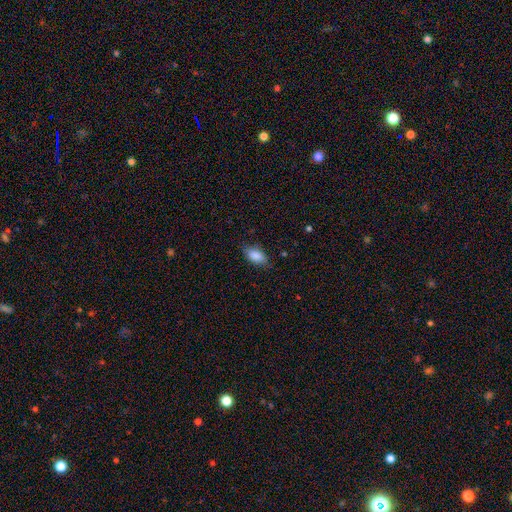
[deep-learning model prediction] The model was most divided on "merging": none: 79%, minor disturbance: 16%, major disturbance: 4%, merger: 1%. More confident: how rounded — in between (91%); smooth or featured — smooth (87%).